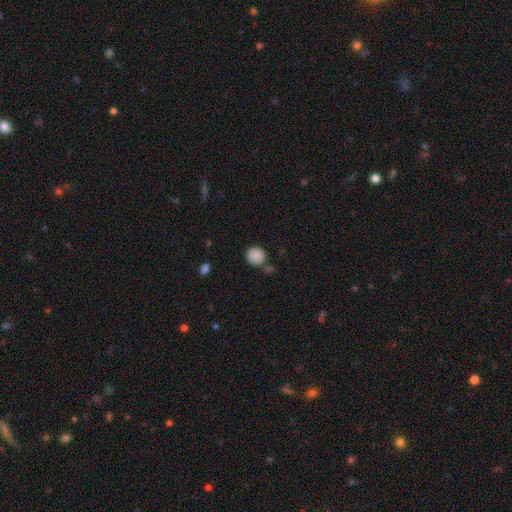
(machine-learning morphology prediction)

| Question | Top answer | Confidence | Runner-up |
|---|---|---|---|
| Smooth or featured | smooth | 88% | star or artifact (9%) |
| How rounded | round | 89% | in between (10%) |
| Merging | none | 74% | minor disturbance (11%) |